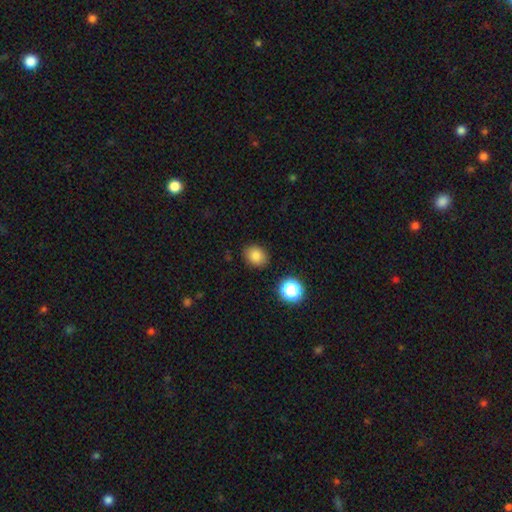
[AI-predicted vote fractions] smooth_or_featured: smooth (p=0.82) [alt: star or artifact p=0.12]
how_rounded: round (p=0.54) [alt: in between p=0.45]
merging: none (p=0.87) [alt: minor disturbance p=0.09]